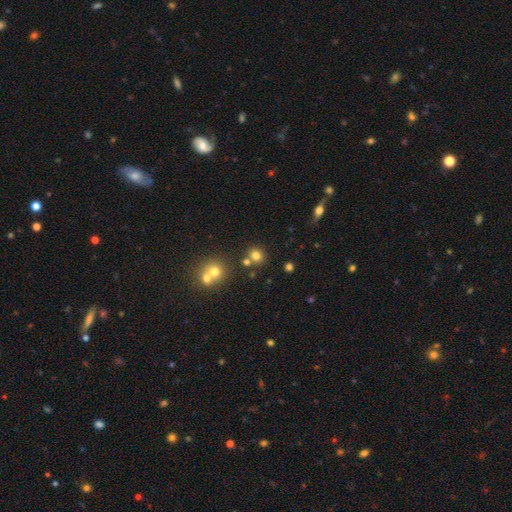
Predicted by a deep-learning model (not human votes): Smooth or featured?
  - smooth: 75% *
  - star or artifact: 17%
  - featured or disk: 8%
How rounded?
  - round: 83% *
  - in between: 16%
  - cigar-shaped: 1%
Merging?
  - none: 71% *
  - merger: 18%
  - minor disturbance: 9%
  - major disturbance: 3%